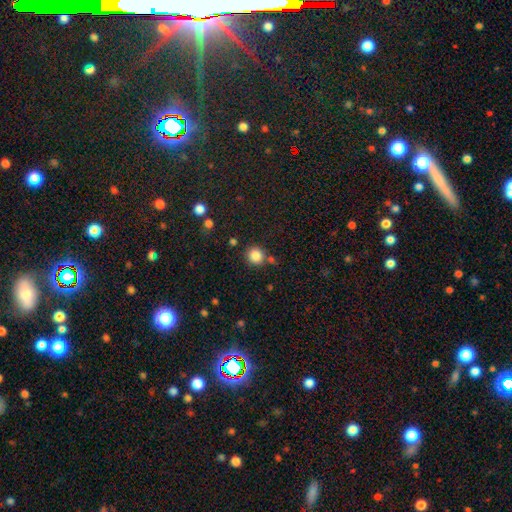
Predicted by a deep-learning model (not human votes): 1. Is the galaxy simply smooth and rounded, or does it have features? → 85% smooth, 11% star or artifact, 4% featured or disk.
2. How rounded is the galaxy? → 90% round, 9% in between, 1% cigar-shaped.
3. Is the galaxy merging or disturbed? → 78% none, 10% minor disturbance, 9% merger, 3% major disturbance.